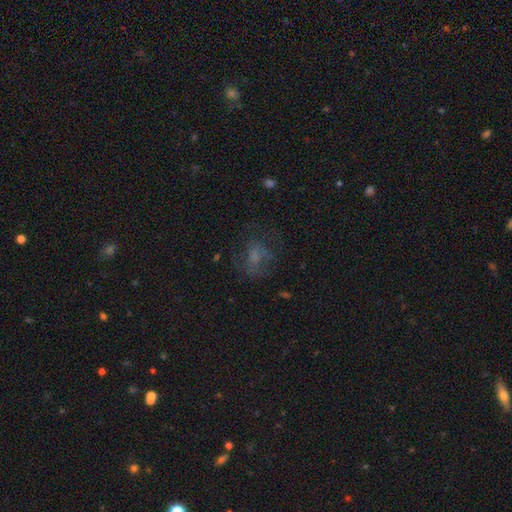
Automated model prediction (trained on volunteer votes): Smooth or featured?
  - smooth: 45% *
  - featured or disk: 33%
  - star or artifact: 22%
Merging?
  - none: 51% *
  - major disturbance: 27%
  - minor disturbance: 19%
  - merger: 2%